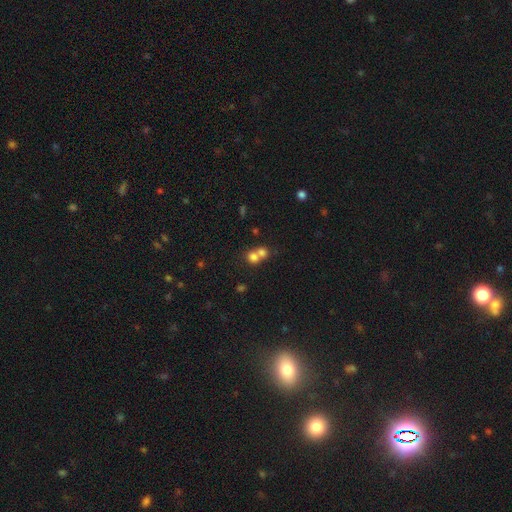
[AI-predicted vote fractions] Morphology: type=smooth (74%); roundness=round (76%); merging=merger (64%).